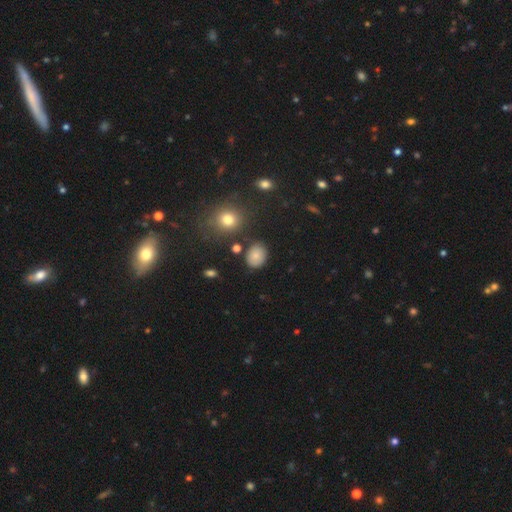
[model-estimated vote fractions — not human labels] Smooth or featured: smooth — 80% (star or artifact — 12%)
How rounded: round — 51% (in between — 48%)
Merging: none — 80% (minor disturbance — 13%)